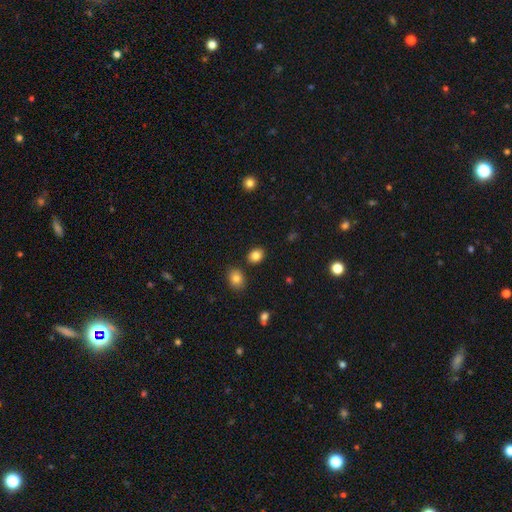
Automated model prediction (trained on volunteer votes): Morphology: type=smooth (85%); roundness=in between (52%); merging=none (85%).